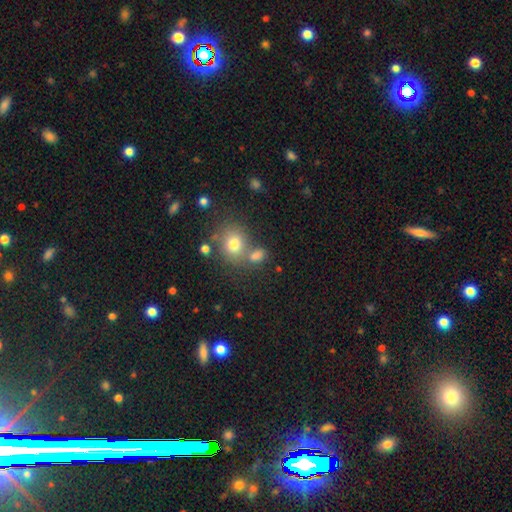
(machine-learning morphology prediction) A smooth galaxy with no disk features (75%) that is in between round and cigar-shaped (52%).

Vote fractions:
- Smooth or featured? smooth: 75% / star or artifact: 15% / featured or disk: 10%
- How rounded? in between: 52% / round: 46% / cigar-shaped: 2%
- Merging? none: 52% / merger: 29% / minor disturbance: 12% / major disturbance: 6%